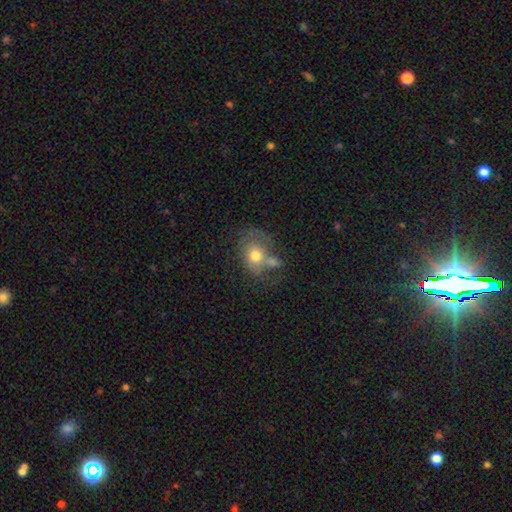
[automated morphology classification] smooth-or-featured: smooth: 61% | featured or disk: 30% | star or artifact: 9%
  how-rounded: in between: 56% | round: 43% | cigar-shaped: 1%
  merging: merger: 35% | none: 30% | minor disturbance: 18% | major disturbance: 17%